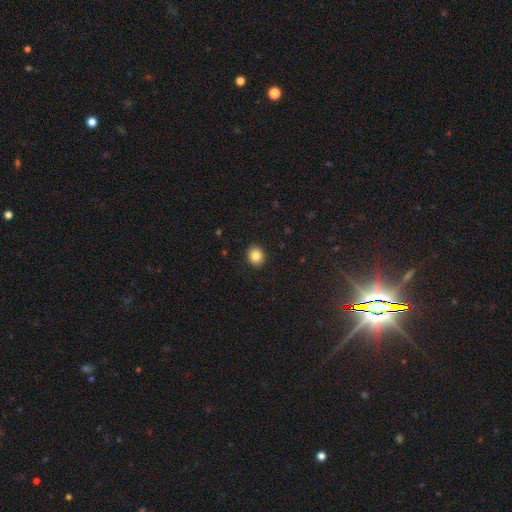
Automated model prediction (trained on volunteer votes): A smooth galaxy with no disk features (84%) that is round (78%).

Vote fractions:
- Smooth or featured? smooth: 84% / star or artifact: 10% / featured or disk: 6%
- How rounded? round: 78% / in between: 21% / cigar-shaped: 1%
- Merging? none: 92% / minor disturbance: 5% / major disturbance: 2% / merger: 1%